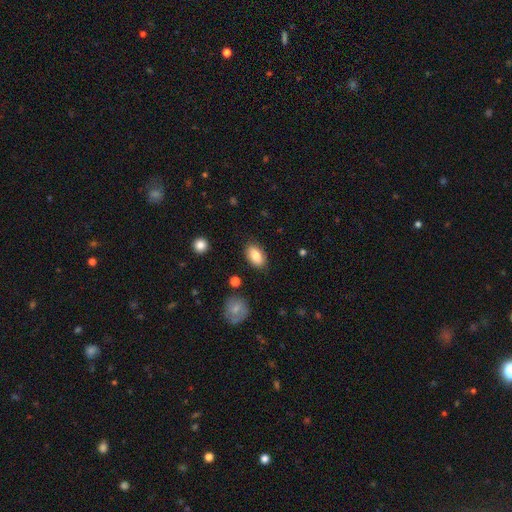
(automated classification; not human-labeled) The model was most divided on "smooth or featured": smooth: 83%, featured or disk: 10%, star or artifact: 7%. More confident: how rounded — in between (91%); merging — none (86%).